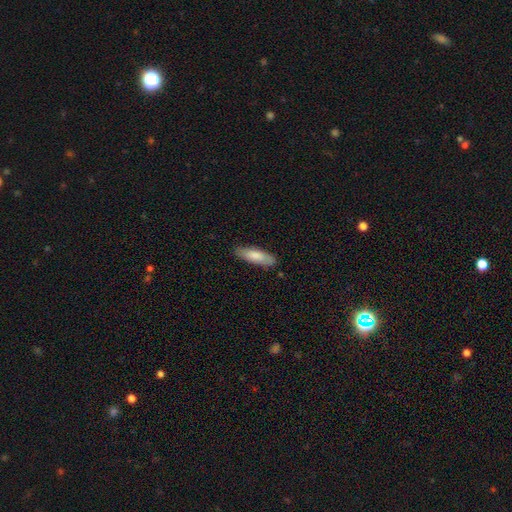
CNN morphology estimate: type=smooth (80%); roundness=cigar-shaped (51%); merging=none (83%).